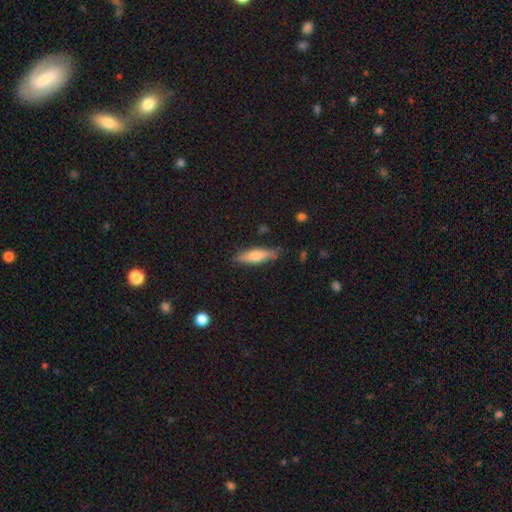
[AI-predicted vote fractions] smooth_or_featured: smooth (p=0.55) [alt: featured or disk p=0.39]
how_rounded: cigar-shaped (p=0.69) [alt: in between p=0.28]
merging: none (p=0.84) [alt: minor disturbance p=0.12]